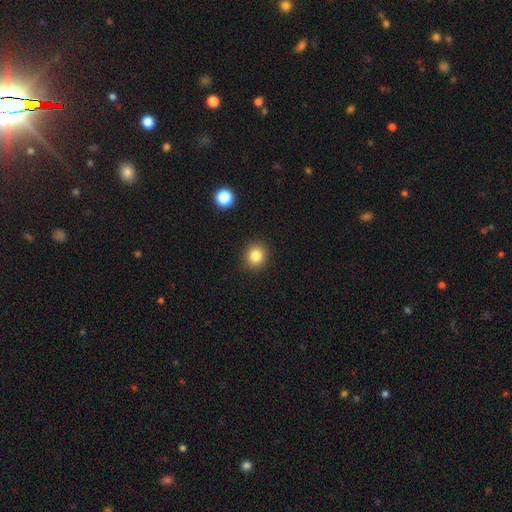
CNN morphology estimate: The model was most divided on "smooth or featured": smooth: 84%, star or artifact: 11%, featured or disk: 5%. More confident: merging — none (91%); how rounded — round (87%).